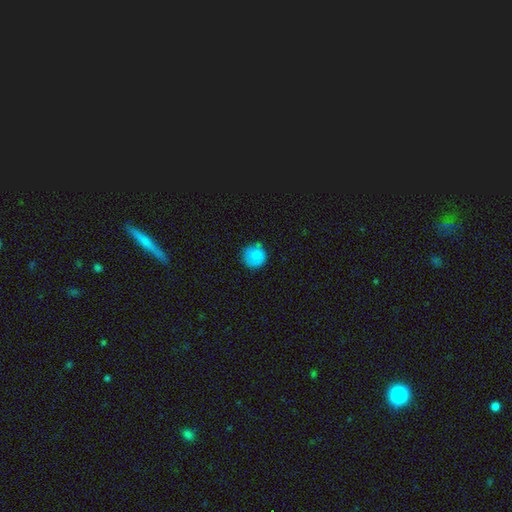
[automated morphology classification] smooth-or-featured: smooth: 80% | featured or disk: 12% | star or artifact: 8%
  how-rounded: round: 90% | in between: 9% | cigar-shaped: 1%
  merging: none: 68% | minor disturbance: 22% | major disturbance: 6% | merger: 5%